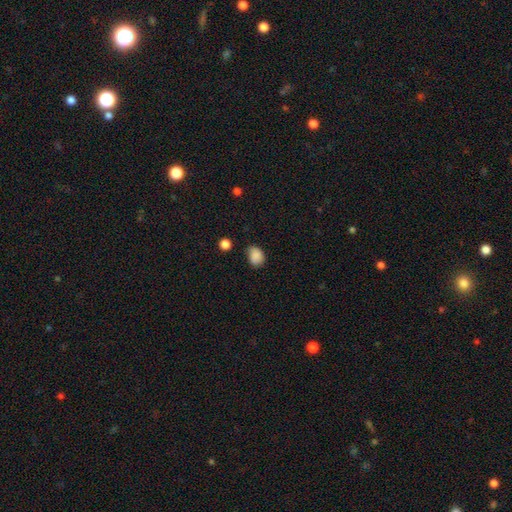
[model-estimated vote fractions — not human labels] Smooth or featured?
  - smooth: 87% *
  - star or artifact: 10%
  - featured or disk: 4%
How rounded?
  - in between: 56% *
  - round: 43%
  - cigar-shaped: 1%
Merging?
  - none: 67% *
  - minor disturbance: 26%
  - major disturbance: 5%
  - merger: 3%